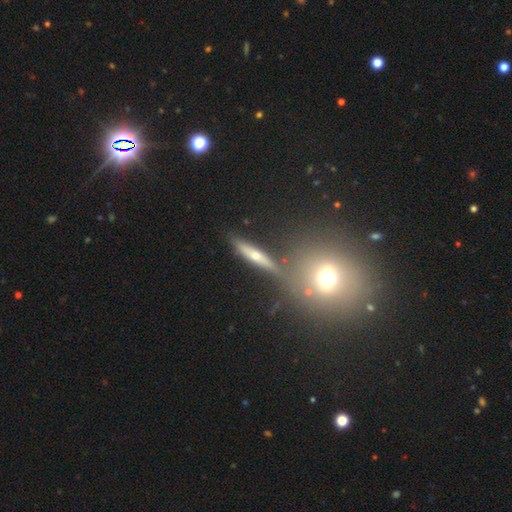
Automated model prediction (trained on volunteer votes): smooth-or-featured: featured or disk: 49% | smooth: 28% | star or artifact: 24%
  merging: none: 78% | minor disturbance: 10% | merger: 8% | major disturbance: 4%